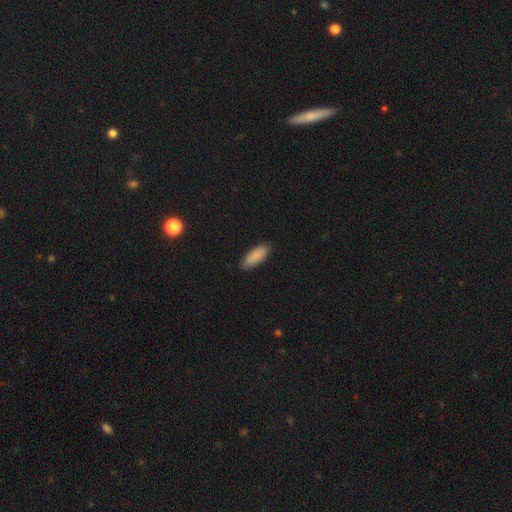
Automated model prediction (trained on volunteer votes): This appears to be a smooth galaxy with no disk features (89%) that is in between round and cigar-shaped (72%). Merging: none (87%).